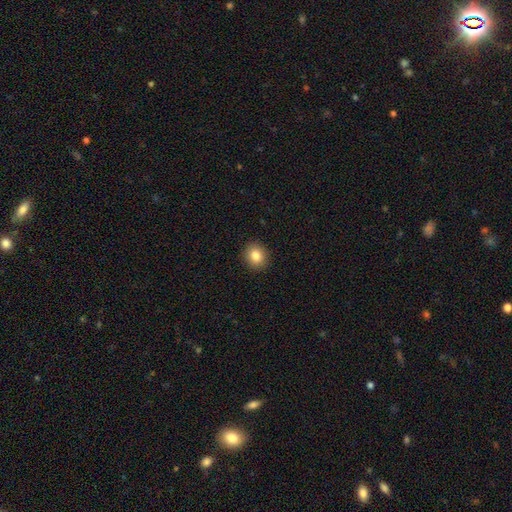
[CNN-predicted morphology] smooth-or-featured: smooth: 83% | star or artifact: 10% | featured or disk: 7%
  how-rounded: round: 74% | in between: 25% | cigar-shaped: 1%
  merging: none: 91% | minor disturbance: 6% | major disturbance: 2% | merger: 1%